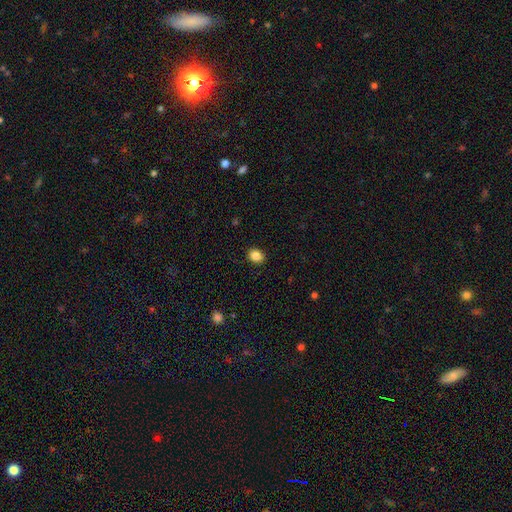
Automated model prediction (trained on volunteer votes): Smooth or featured: smooth — 85% (star or artifact — 10%)
How rounded: round — 52% (in between — 47%)
Merging: none — 90% (minor disturbance — 7%)